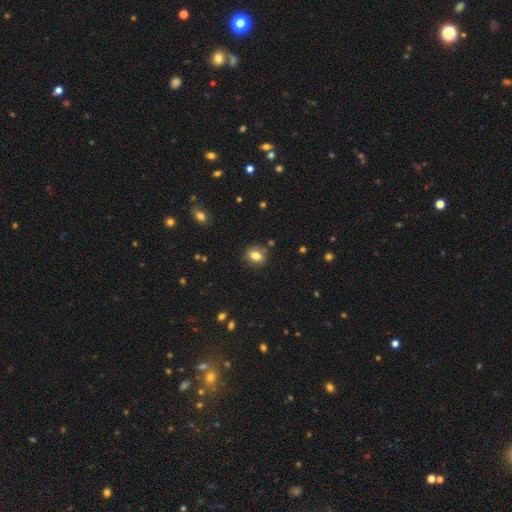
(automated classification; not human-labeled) A smooth galaxy with no disk features (81%) that is round (50%). Merging: none (83%).